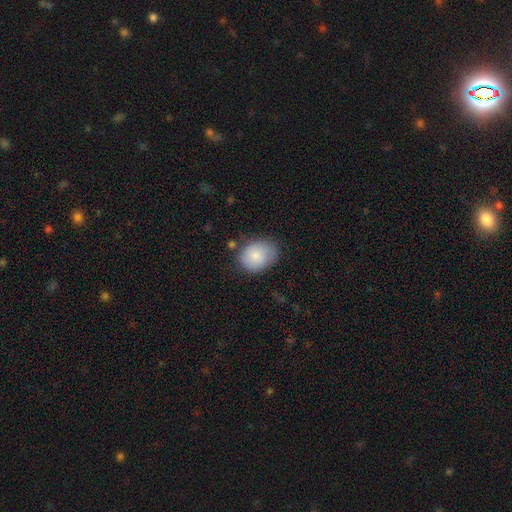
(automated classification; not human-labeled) smooth_or_featured: smooth (p=0.84) [alt: featured or disk p=0.09]
how_rounded: in between (p=0.61) [alt: round p=0.38]
merging: none (p=0.67) [alt: minor disturbance p=0.24]